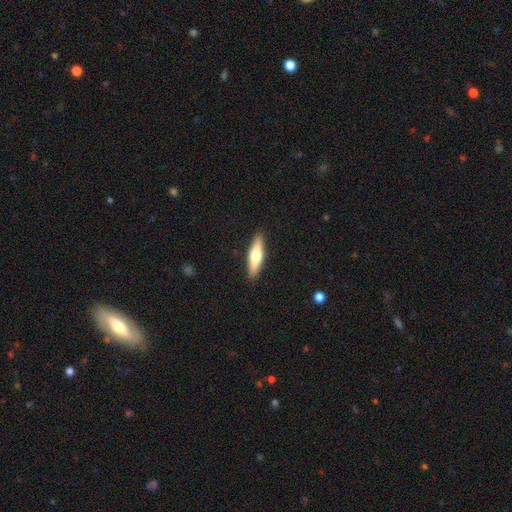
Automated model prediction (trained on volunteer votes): Smooth or featured? smooth (56%)
How rounded? cigar-shaped (68%)
Merging? none (90%)